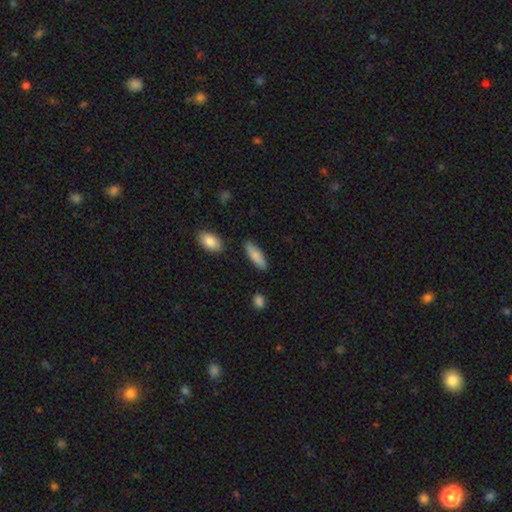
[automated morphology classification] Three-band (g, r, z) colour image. It shows a smooth galaxy with no disk features (85%) that is in between round and cigar-shaped (59%). Merging: none (84%).